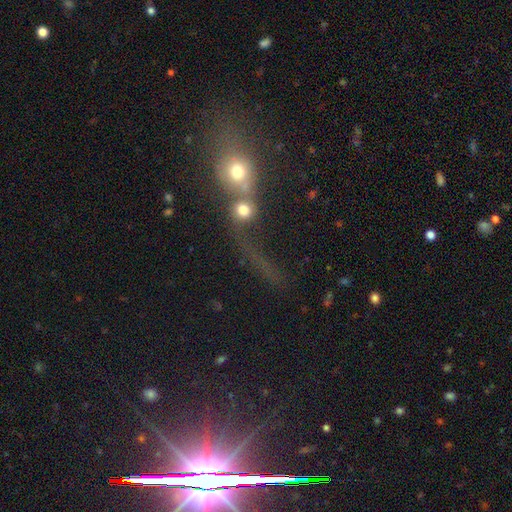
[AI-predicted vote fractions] Q: Smooth or featured?
A: star or artifact (44%); runner-up: smooth (31%)